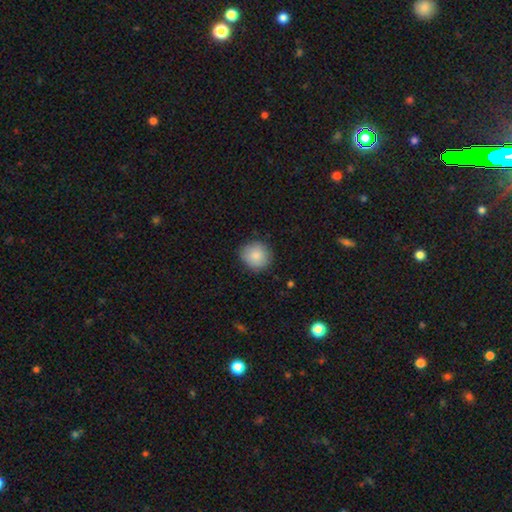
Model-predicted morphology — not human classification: Smooth or featured?
  - smooth: 87% *
  - star or artifact: 7%
  - featured or disk: 6%
How rounded?
  - round: 89% *
  - in between: 10%
  - cigar-shaped: 1%
Merging?
  - none: 86% *
  - minor disturbance: 11%
  - major disturbance: 2%
  - merger: 1%